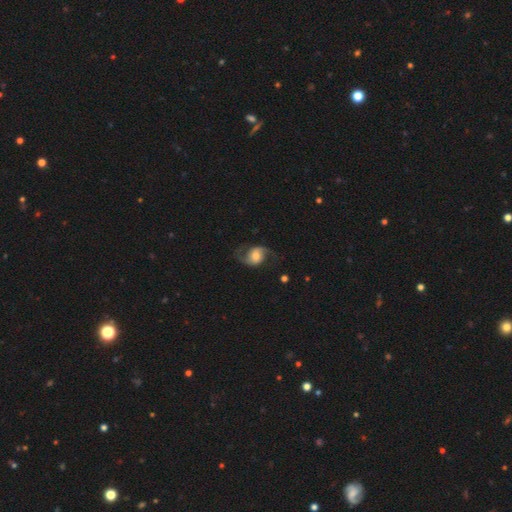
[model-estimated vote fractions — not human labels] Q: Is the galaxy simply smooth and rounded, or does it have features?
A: featured or disk — 73%.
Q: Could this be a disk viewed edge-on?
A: no — 97%.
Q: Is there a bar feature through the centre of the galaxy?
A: no — 60%.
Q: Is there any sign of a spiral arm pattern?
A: yes — 92%.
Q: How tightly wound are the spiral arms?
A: loose — 60%.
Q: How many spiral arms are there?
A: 2 — 91%.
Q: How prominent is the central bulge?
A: moderate — 59%.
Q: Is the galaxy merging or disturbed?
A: none — 68%.